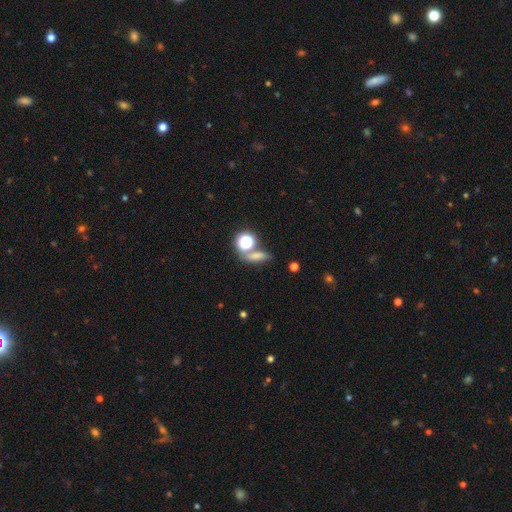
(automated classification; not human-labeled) Q: Smooth or featured?
A: smooth (64%); runner-up: star or artifact (23%)
Q: How rounded?
A: in between (39%); runner-up: cigar-shaped (33%)
Q: Merging?
A: none (62%); runner-up: merger (20%)